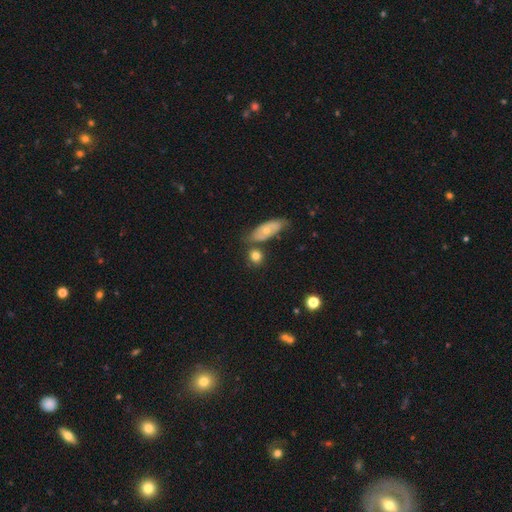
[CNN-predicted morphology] Q: Smooth or featured?
A: smooth (76%); runner-up: featured or disk (16%)
Q: How rounded?
A: round (69%); runner-up: in between (27%)
Q: Merging?
A: none (65%); runner-up: merger (17%)